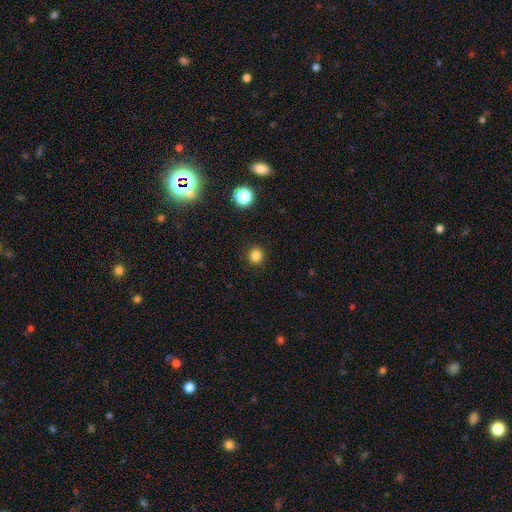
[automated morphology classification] This is clearly a smooth galaxy (83%). How rounded: clearly round (94%). Merging: clearly none (92%).